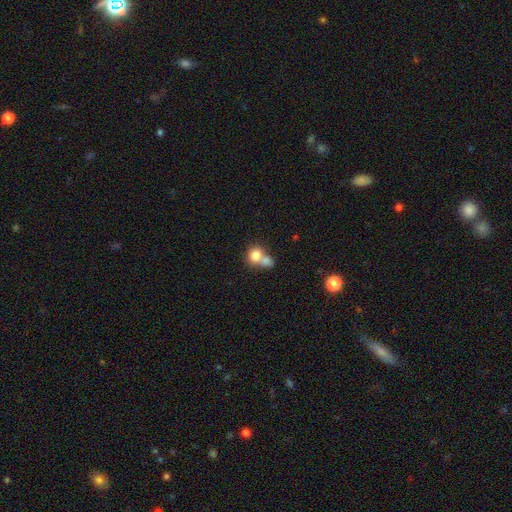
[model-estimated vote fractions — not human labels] A smooth galaxy with no disk features (78%) that is round (70%).

Vote fractions:
- Smooth or featured? smooth: 78% / featured or disk: 13% / star or artifact: 9%
- How rounded? round: 70% / in between: 29% / cigar-shaped: 1%
- Merging? merger: 62% / none: 27% / minor disturbance: 7% / major disturbance: 4%